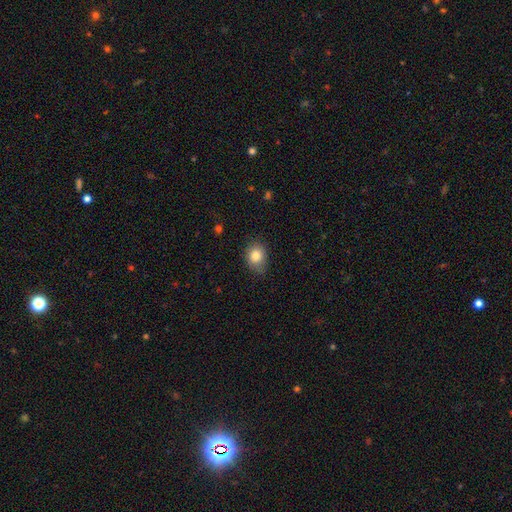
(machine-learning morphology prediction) type=smooth (83%); roundness=round (51%); merging=none (74%).